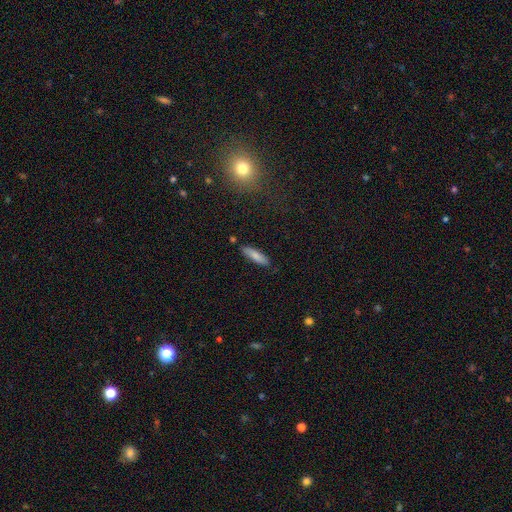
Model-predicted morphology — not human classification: smooth_or_featured: smooth (p=0.78) [alt: featured or disk p=0.15]
how_rounded: cigar-shaped (p=0.67) [alt: in between p=0.31]
merging: none (p=0.83) [alt: minor disturbance p=0.12]